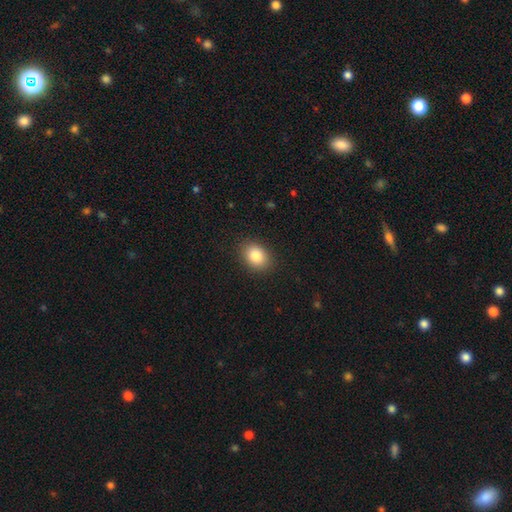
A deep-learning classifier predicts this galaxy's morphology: This is clearly a smooth galaxy (85%). How rounded: likely in between (67%). Merging: clearly none (88%).